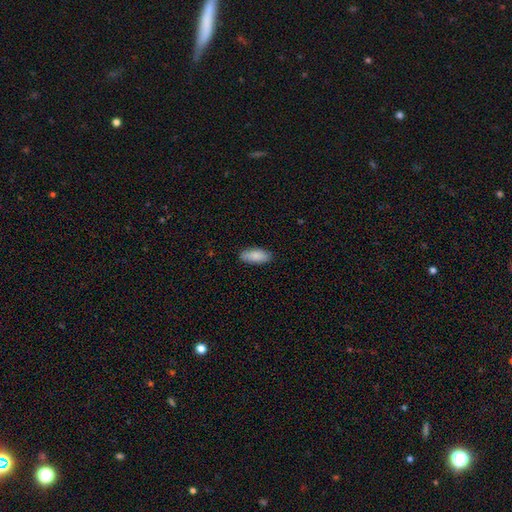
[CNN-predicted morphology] A smooth galaxy with no disk features (86%) that is in between round and cigar-shaped (83%). Merging: none (87%).